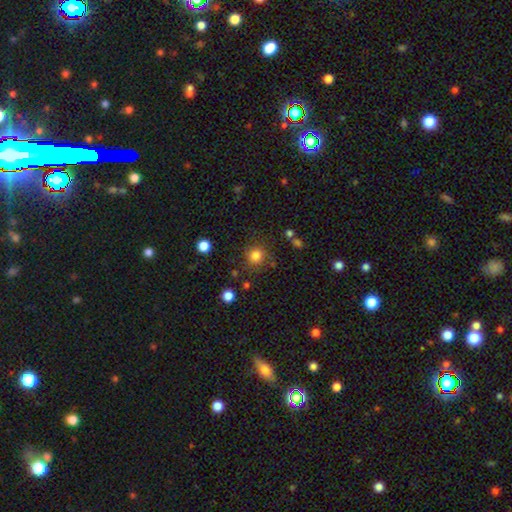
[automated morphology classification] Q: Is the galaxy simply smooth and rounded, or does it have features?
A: smooth — 82%.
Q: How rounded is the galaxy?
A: round — 92%.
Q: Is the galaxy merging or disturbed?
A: none — 81%.